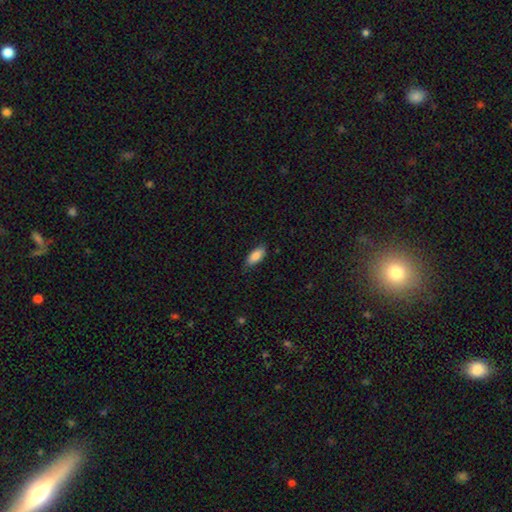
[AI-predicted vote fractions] Overall: smooth (87%). How rounded: in between (86%). Merging: none (79%).